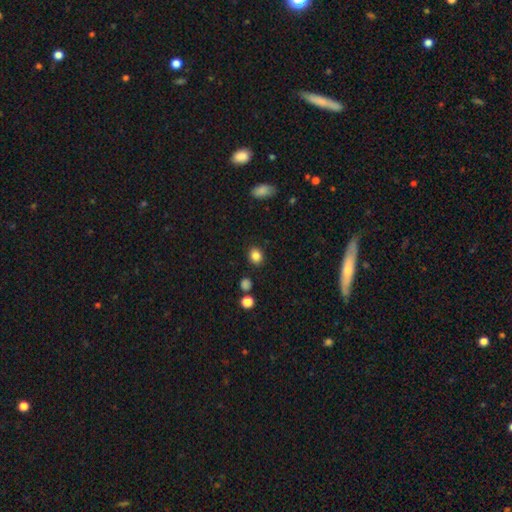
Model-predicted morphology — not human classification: A smooth galaxy with no disk features (85%) that is round (64%).

Vote fractions:
- Smooth or featured? smooth: 85% / star or artifact: 11% / featured or disk: 5%
- How rounded? round: 64% / in between: 35% / cigar-shaped: 1%
- Merging? none: 87% / minor disturbance: 8% / major disturbance: 2% / merger: 2%